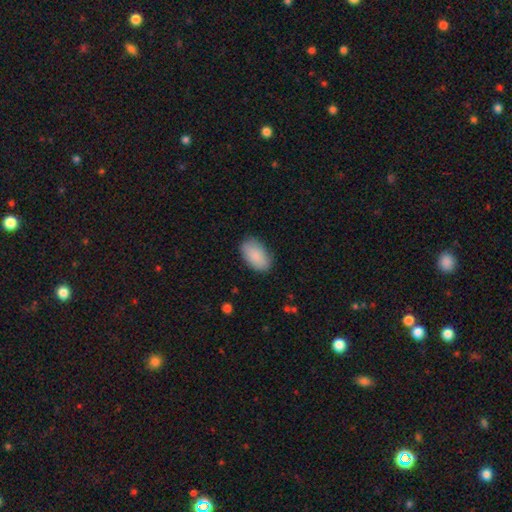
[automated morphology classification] type=smooth (88%); roundness=in between (94%); merging=none (82%).